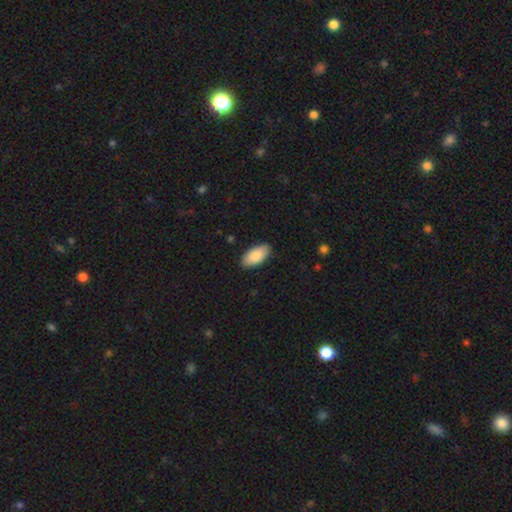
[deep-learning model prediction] This appears to be a smooth galaxy with no disk features (87%) that is in between round and cigar-shaped (93%). Merging: none (88%).